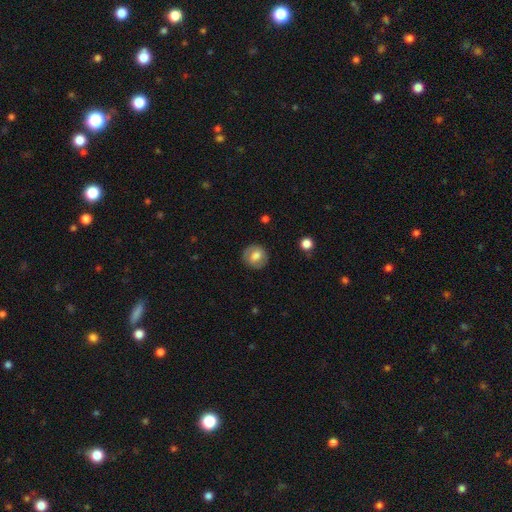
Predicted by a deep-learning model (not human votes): Smooth or featured? Predicted: smooth (p=0.66). How rounded? Predicted: round (p=0.83). Merging? Predicted: none (p=0.85).